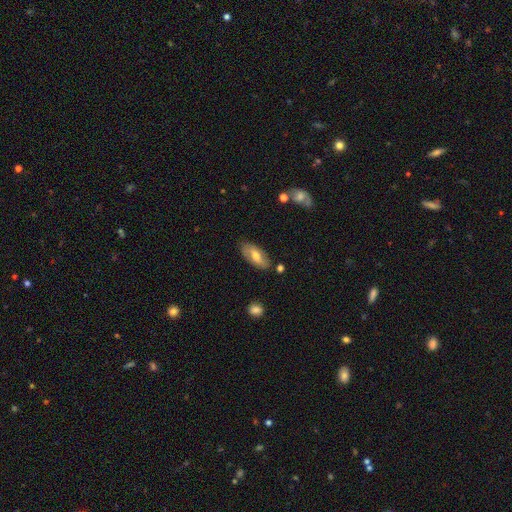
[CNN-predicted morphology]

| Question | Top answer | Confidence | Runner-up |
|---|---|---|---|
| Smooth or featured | smooth | 58% | featured or disk (36%) |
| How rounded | in between | 87% | cigar-shaped (10%) |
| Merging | none | 81% | minor disturbance (14%) |